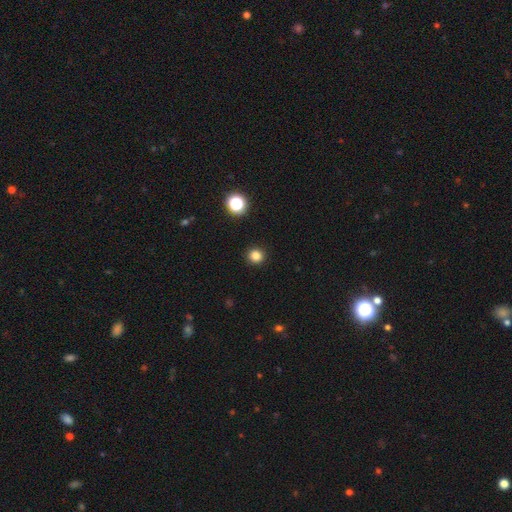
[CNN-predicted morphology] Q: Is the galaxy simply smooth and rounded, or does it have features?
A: smooth — 83%.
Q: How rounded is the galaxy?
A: round — 94%.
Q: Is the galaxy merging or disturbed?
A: none — 93%.